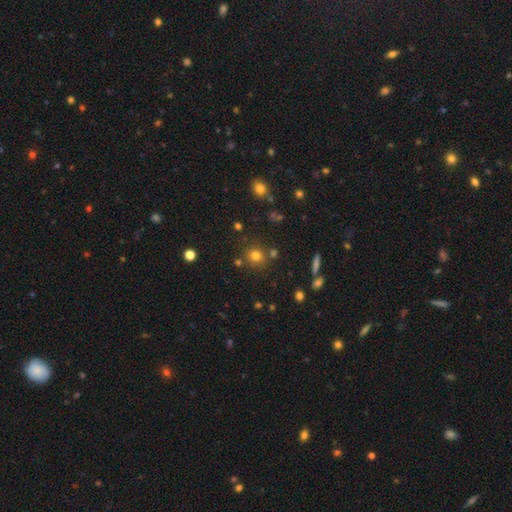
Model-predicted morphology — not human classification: Overall: smooth (73%). How rounded: round (87%). Merging: none (79%).